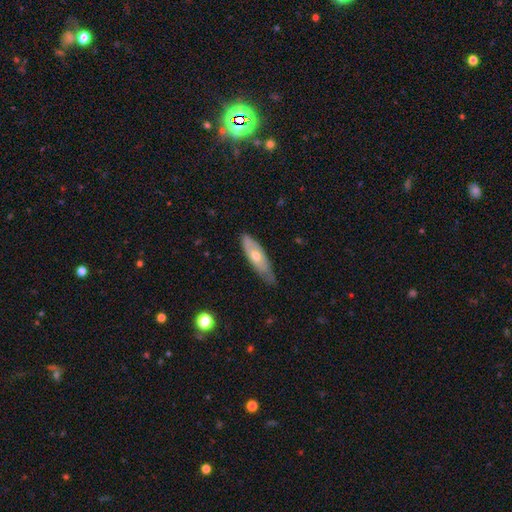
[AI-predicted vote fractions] Morphology: type=smooth (49%); merging=none (64%).